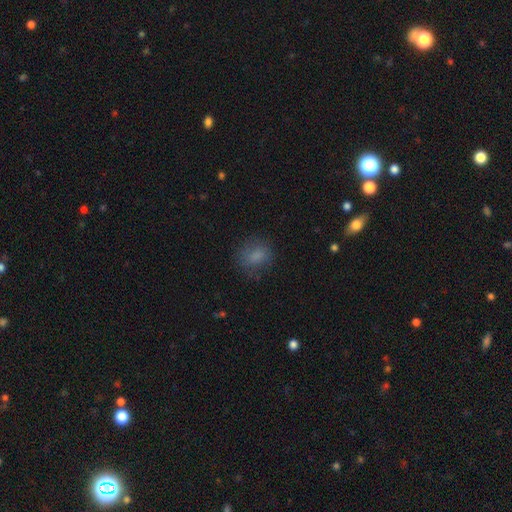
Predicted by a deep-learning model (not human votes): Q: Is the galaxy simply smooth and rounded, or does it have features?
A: smooth — 79%.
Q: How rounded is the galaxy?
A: round — 51%.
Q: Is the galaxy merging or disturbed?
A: none — 74%.